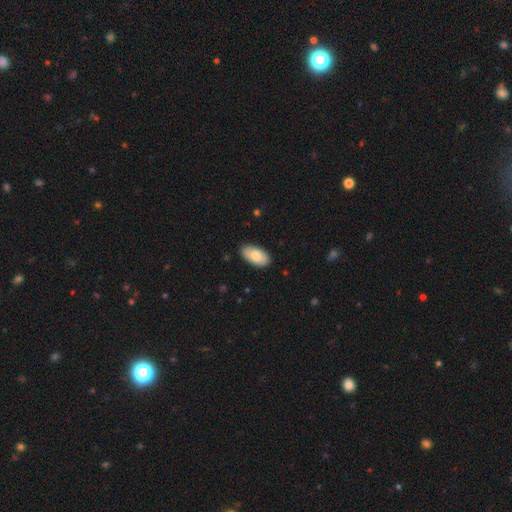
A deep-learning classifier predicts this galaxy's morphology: smooth_or_featured: smooth (p=0.78) [alt: featured or disk p=0.16]
how_rounded: in between (p=0.95) [alt: cigar-shaped p=0.03]
merging: none (p=0.87) [alt: minor disturbance p=0.10]